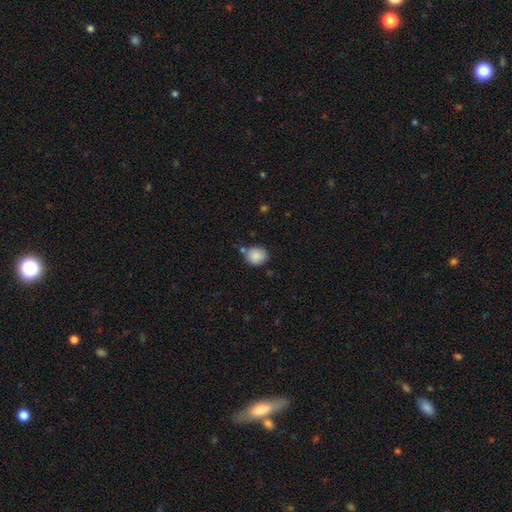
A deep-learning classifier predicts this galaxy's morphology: The model was most divided on "merging": none: 68%, minor disturbance: 19%, merger: 9%, major disturbance: 4%. More confident: smooth or featured — smooth (87%); how rounded — round (79%).